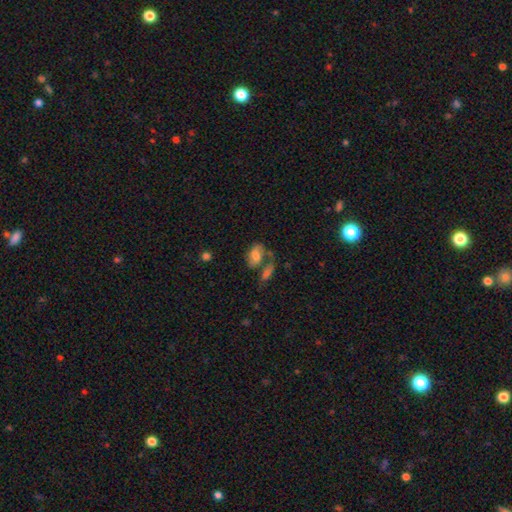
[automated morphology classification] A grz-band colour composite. It shows a smooth galaxy with no disk features (59%) that is in between round and cigar-shaped (85%). Merging: none (35%).